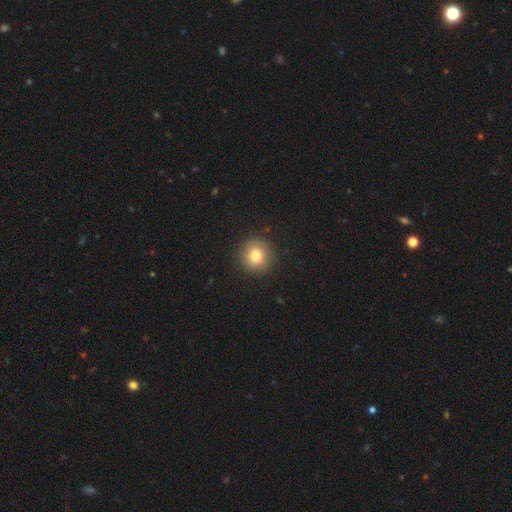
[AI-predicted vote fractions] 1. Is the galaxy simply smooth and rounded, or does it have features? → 79% smooth, 11% star or artifact, 10% featured or disk.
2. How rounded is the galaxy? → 92% round, 7% in between, 1% cigar-shaped.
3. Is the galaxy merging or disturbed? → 88% none, 8% minor disturbance, 3% major disturbance, 1% merger.